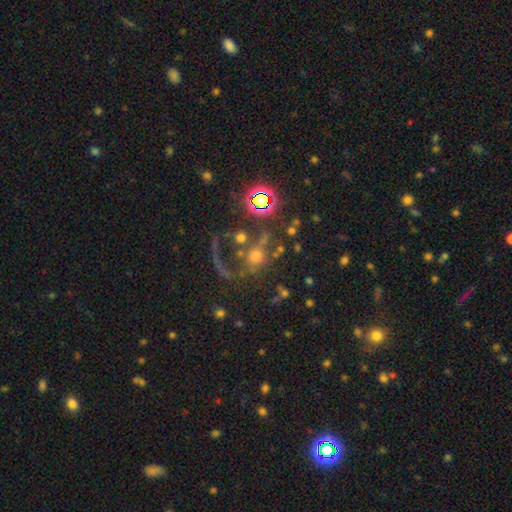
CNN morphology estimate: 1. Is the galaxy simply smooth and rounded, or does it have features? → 36% featured or disk, 33% star or artifact, 30% smooth.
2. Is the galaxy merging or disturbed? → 39% none, 30% major disturbance, 19% merger, 12% minor disturbance.